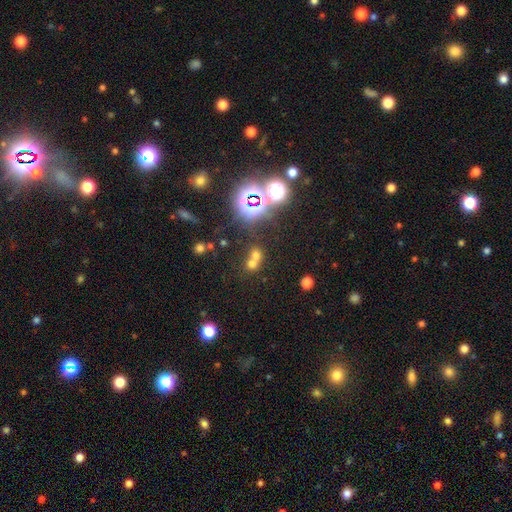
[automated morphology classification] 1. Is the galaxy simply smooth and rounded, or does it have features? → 55% smooth, 31% star or artifact, 13% featured or disk.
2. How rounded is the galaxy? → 75% round, 24% in between, 1% cigar-shaped.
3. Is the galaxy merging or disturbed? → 54% merger, 37% none, 6% minor disturbance, 4% major disturbance.